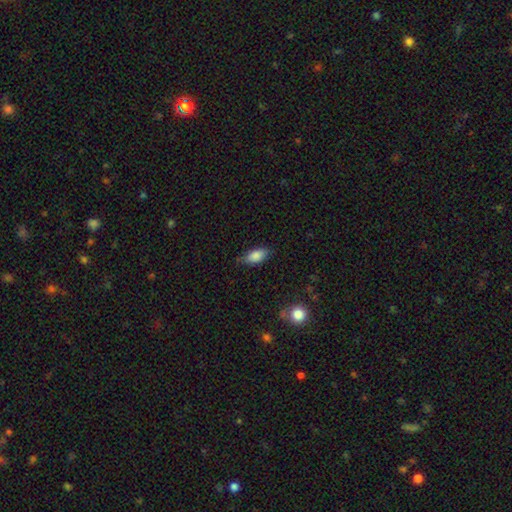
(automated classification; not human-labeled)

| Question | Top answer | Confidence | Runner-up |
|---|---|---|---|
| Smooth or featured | smooth | 86% | featured or disk (7%) |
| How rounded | in between | 89% | cigar-shaped (8%) |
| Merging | none | 75% | minor disturbance (20%) |